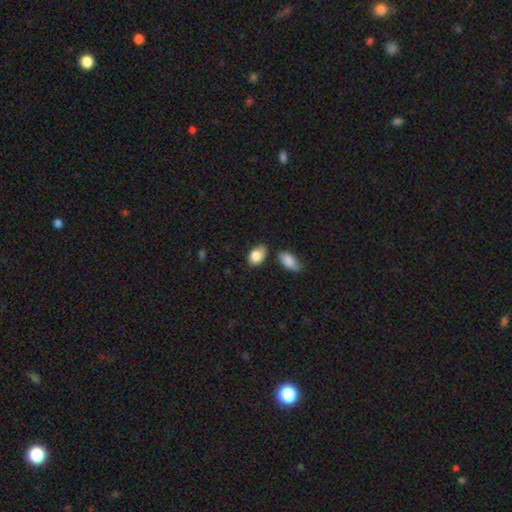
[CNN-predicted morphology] Smooth or featured?
  - smooth: 85% *
  - featured or disk: 8%
  - star or artifact: 7%
How rounded?
  - in between: 83% *
  - round: 15%
  - cigar-shaped: 1%
Merging?
  - none: 58% *
  - minor disturbance: 27%
  - merger: 9%
  - major disturbance: 6%